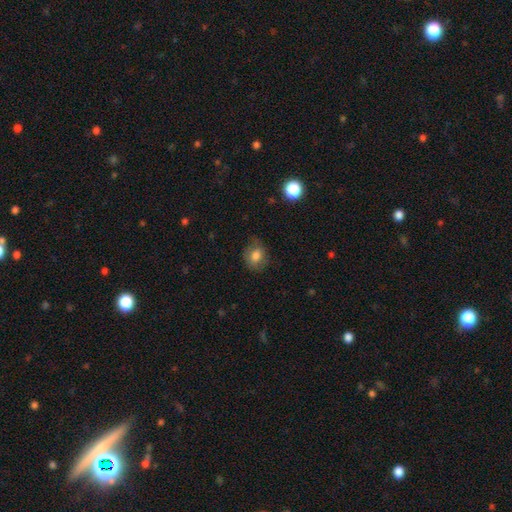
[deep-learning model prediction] The model was most divided on "how rounded": round: 54%, in between: 45%, cigar-shaped: 1%. More confident: smooth or featured — smooth (76%); merging — none (68%).